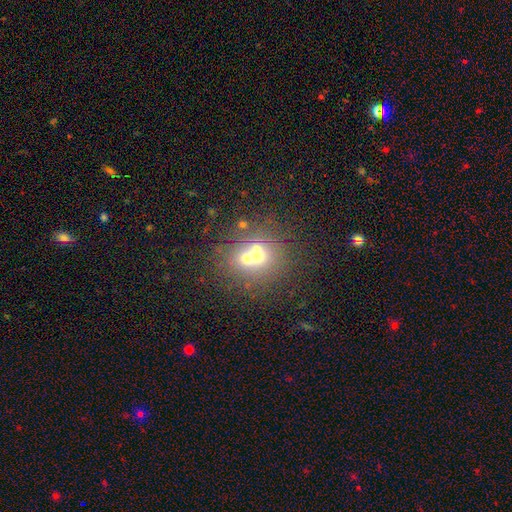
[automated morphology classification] Q: Smooth or featured?
A: smooth (55%); runner-up: featured or disk (28%)
Q: How rounded?
A: round (82%); runner-up: in between (17%)
Q: Merging?
A: merger (54%); runner-up: none (36%)